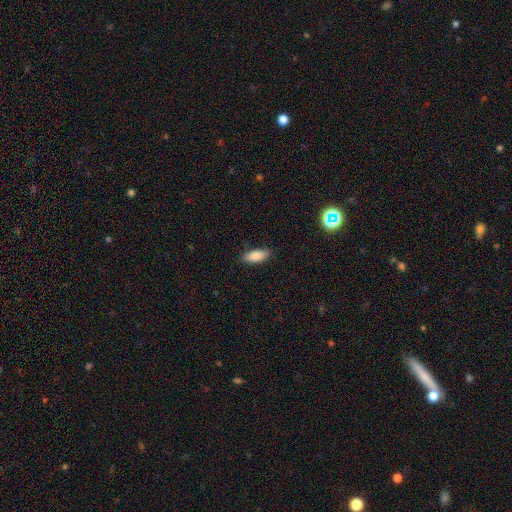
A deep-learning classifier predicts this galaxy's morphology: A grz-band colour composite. It shows a smooth galaxy with no disk features (83%) that is in between round and cigar-shaped (78%). Merging: none (85%).